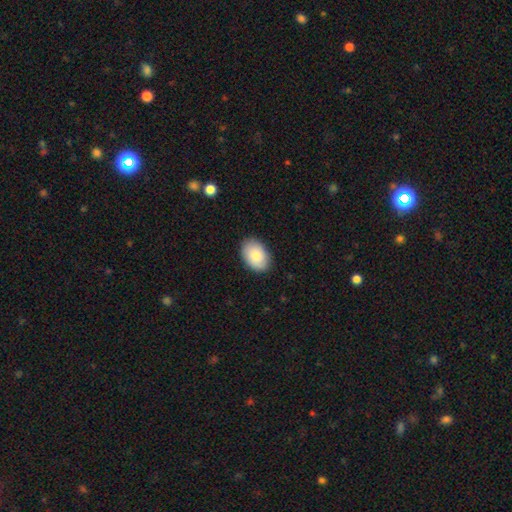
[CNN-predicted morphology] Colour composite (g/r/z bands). It shows a smooth galaxy with no disk features (85%) that is in between round and cigar-shaped (88%). Merging: none (87%).